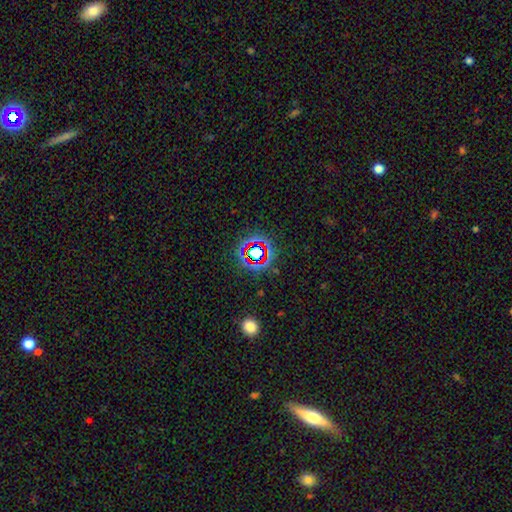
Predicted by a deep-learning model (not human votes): A star or artifact, not a galaxy (68%).

Vote fractions:
- Smooth or featured? star or artifact: 68% / smooth: 20% / featured or disk: 11%